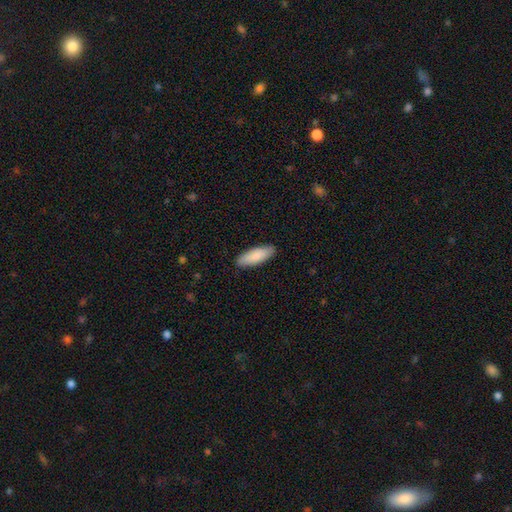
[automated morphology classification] smooth-or-featured: smooth: 88% | featured or disk: 7% | star or artifact: 5%
  how-rounded: in between: 62% | cigar-shaped: 36% | round: 2%
  merging: none: 89% | minor disturbance: 8% | major disturbance: 2% | merger: 1%